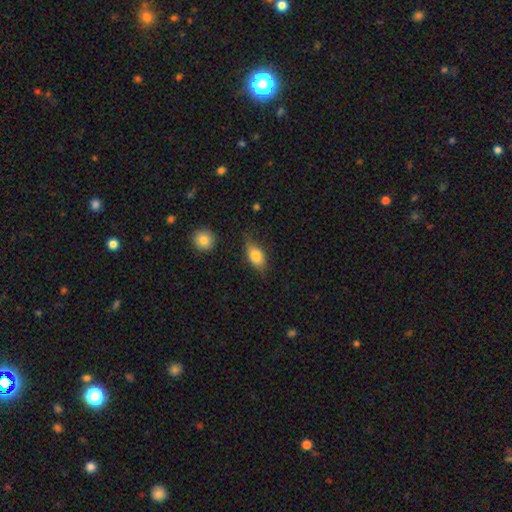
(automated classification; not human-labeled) Smooth or featured? Predicted: smooth (p=0.76). How rounded? Predicted: in between (p=0.85). Merging? Predicted: none (p=0.69).